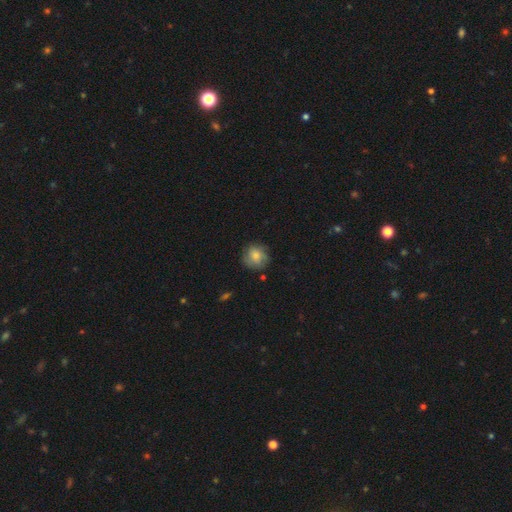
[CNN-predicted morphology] This is likely a smooth galaxy (76%). How rounded: clearly round (85%). Merging: likely none (77%).